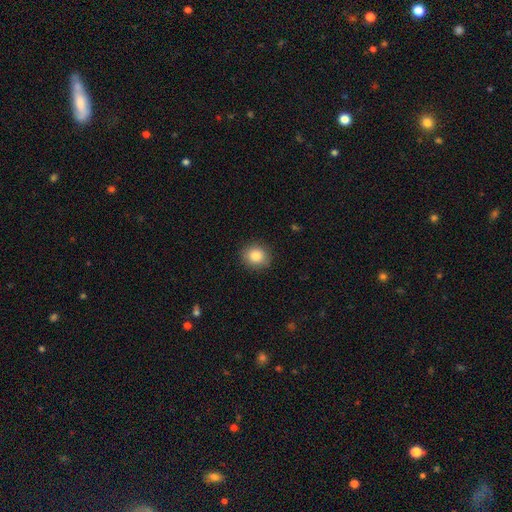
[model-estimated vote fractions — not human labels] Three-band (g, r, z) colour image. It shows a smooth galaxy with no disk features (85%) that is round (79%). Merging: none (88%).